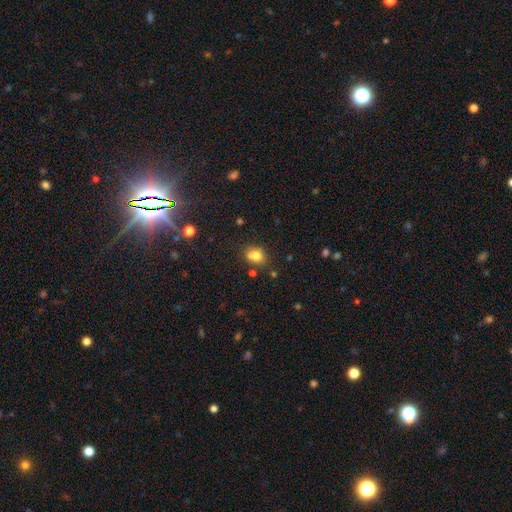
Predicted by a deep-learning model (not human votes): A smooth galaxy with no disk features (76%) that is round (61%). Merging: none (60%).